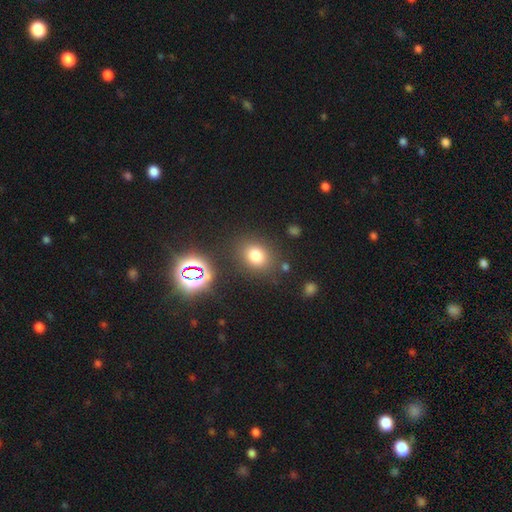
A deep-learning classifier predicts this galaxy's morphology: Overall: smooth (75%). How rounded: round (53%; in between 45%). Merging: none (80%).